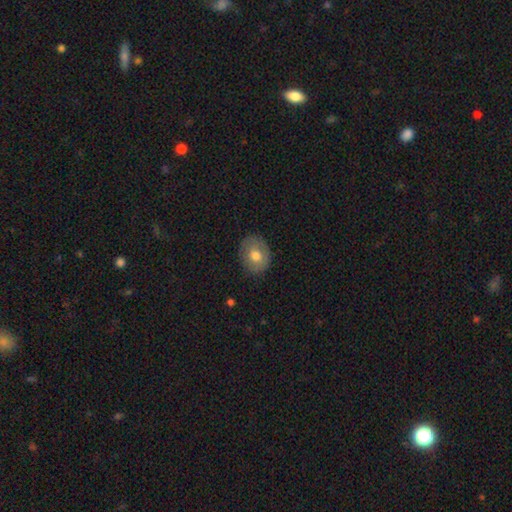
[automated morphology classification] smooth-or-featured: smooth: 69% | featured or disk: 23% | star or artifact: 8%
  how-rounded: round: 54% | in between: 45% | cigar-shaped: 1%
  merging: none: 83% | minor disturbance: 13% | major disturbance: 3% | merger: 1%